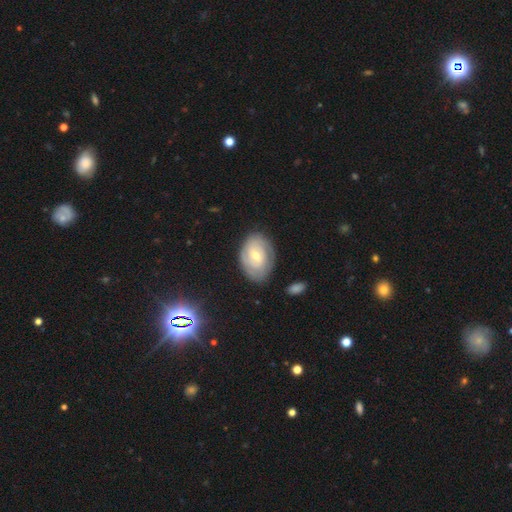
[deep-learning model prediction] Morphology: type=featured or disk (72%); edge-on=no (96%); bar=weak (46%); spiral arms=yes (88%); winding=tight (70%); arm count=can't tell (40%); bulge=moderate (49%); merging=none (77%).